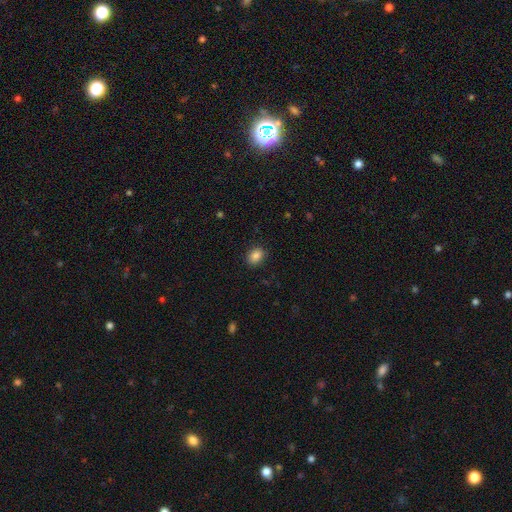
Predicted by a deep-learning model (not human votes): Smooth or featured?
  - smooth: 86% *
  - star or artifact: 9%
  - featured or disk: 5%
How rounded?
  - in between: 59% *
  - round: 40%
  - cigar-shaped: 1%
Merging?
  - none: 89% *
  - minor disturbance: 8%
  - major disturbance: 2%
  - merger: 1%